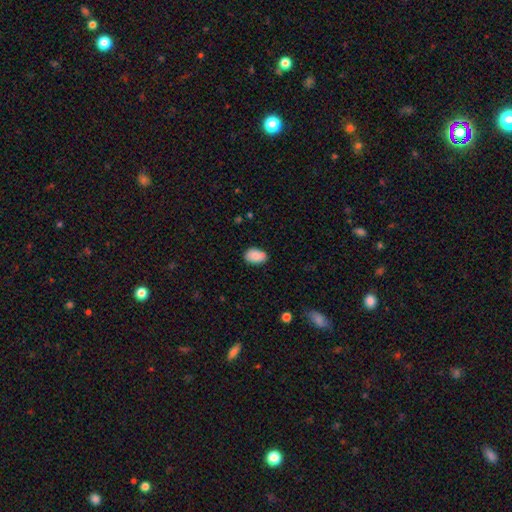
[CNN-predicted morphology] type=smooth (85%); roundness=in between (88%); merging=none (75%).